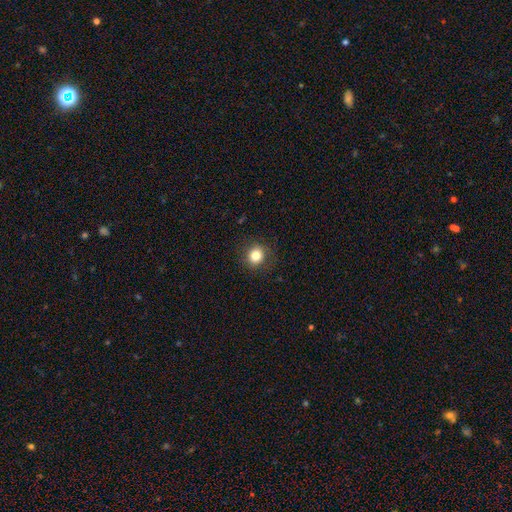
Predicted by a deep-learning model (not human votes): smooth_or_featured: smooth (p=0.81) [alt: star or artifact p=0.12]
how_rounded: round (p=0.87) [alt: in between p=0.12]
merging: none (p=0.88) [alt: minor disturbance p=0.08]